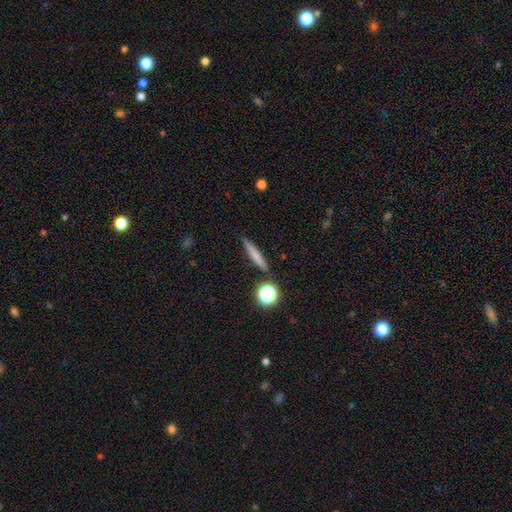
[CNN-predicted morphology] smooth 69%, featured or disk 22%, star or artifact 9%. Down the decision tree: how rounded — cigar-shaped (89%); merging — none (87%).